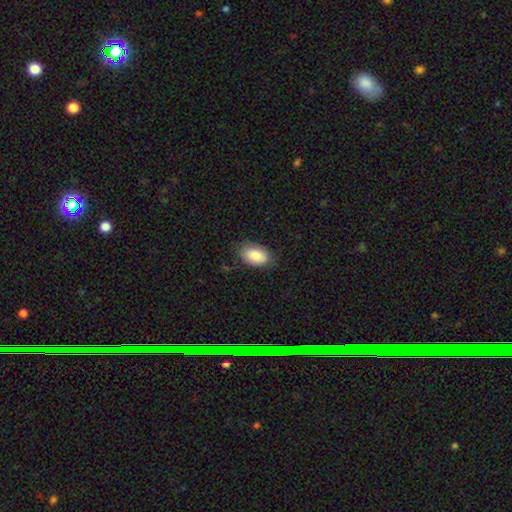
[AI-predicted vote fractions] Q: Smooth or featured?
A: smooth (88%); runner-up: star or artifact (7%)
Q: How rounded?
A: in between (92%); runner-up: round (7%)
Q: Merging?
A: none (80%); runner-up: minor disturbance (16%)